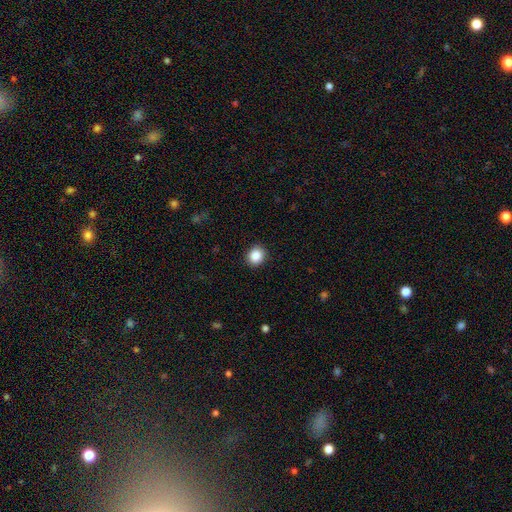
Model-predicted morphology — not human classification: Smooth or featured? Predicted: smooth (p=0.87). How rounded? Predicted: round (p=0.75). Merging? Predicted: none (p=0.91).